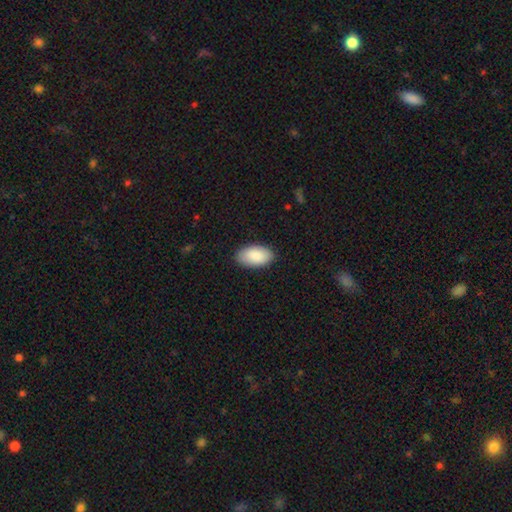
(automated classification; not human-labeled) Q: Smooth or featured?
A: smooth (90%); runner-up: star or artifact (5%)
Q: How rounded?
A: in between (96%); runner-up: round (3%)
Q: Merging?
A: none (88%); runner-up: minor disturbance (9%)